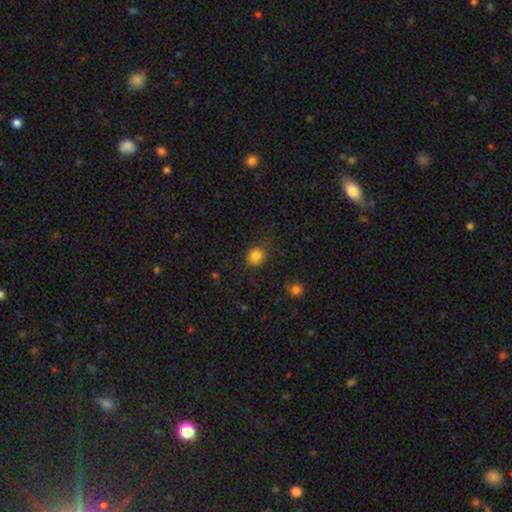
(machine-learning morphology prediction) smooth-or-featured: smooth: 83% | star or artifact: 12% | featured or disk: 5%
  how-rounded: round: 78% | in between: 21% | cigar-shaped: 1%
  merging: none: 79% | minor disturbance: 15% | major disturbance: 5% | merger: 2%